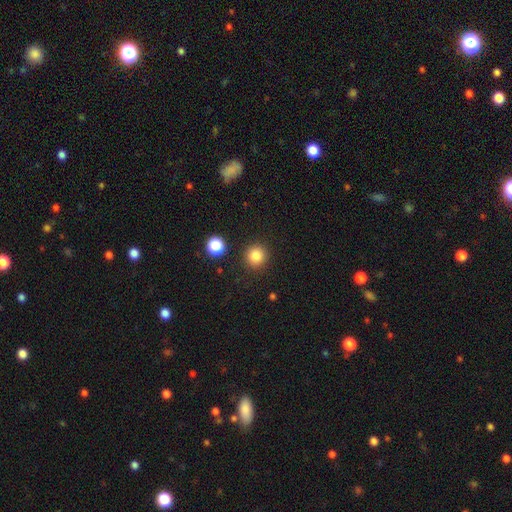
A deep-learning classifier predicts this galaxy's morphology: type=smooth (82%); roundness=round (93%); merging=none (90%).